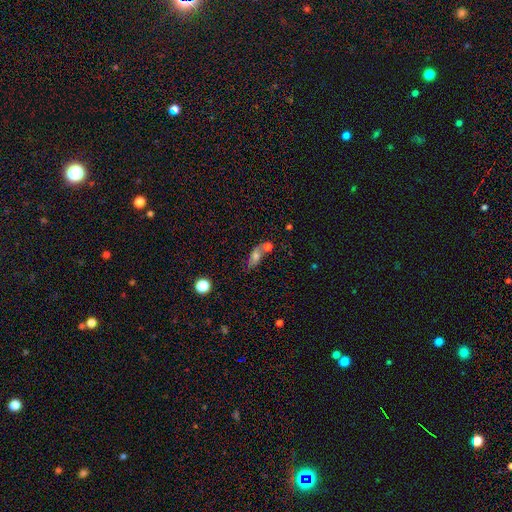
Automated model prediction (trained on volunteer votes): Smooth or featured?
  - smooth: 56% *
  - featured or disk: 30%
  - star or artifact: 14%
How rounded?
  - in between: 68% *
  - cigar-shaped: 19%
  - round: 13%
Merging?
  - none: 48% *
  - merger: 27%
  - minor disturbance: 17%
  - major disturbance: 8%